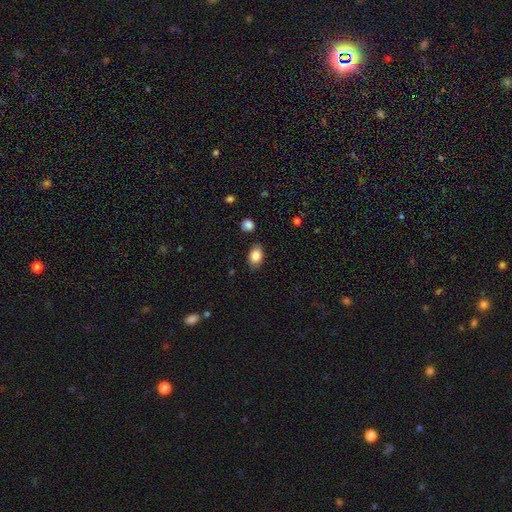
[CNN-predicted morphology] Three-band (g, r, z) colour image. It shows a smooth galaxy with no disk features (84%) that is in between round and cigar-shaped (86%). Merging: none (83%).